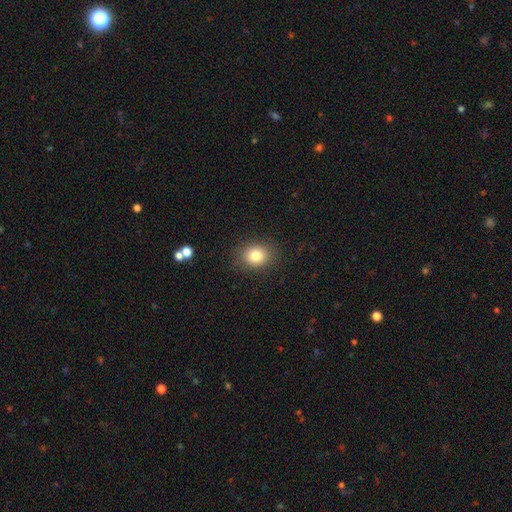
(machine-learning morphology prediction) The model was most divided on "how rounded": round: 57%, in between: 42%, cigar-shaped: 1%. More confident: merging — none (87%); smooth or featured — smooth (82%).